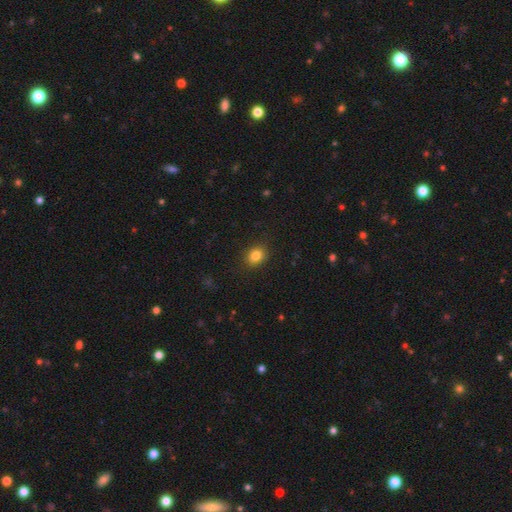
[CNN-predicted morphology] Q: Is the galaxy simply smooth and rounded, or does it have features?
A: smooth — 84%.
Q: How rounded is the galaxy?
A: round — 52%.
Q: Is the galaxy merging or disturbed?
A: none — 87%.